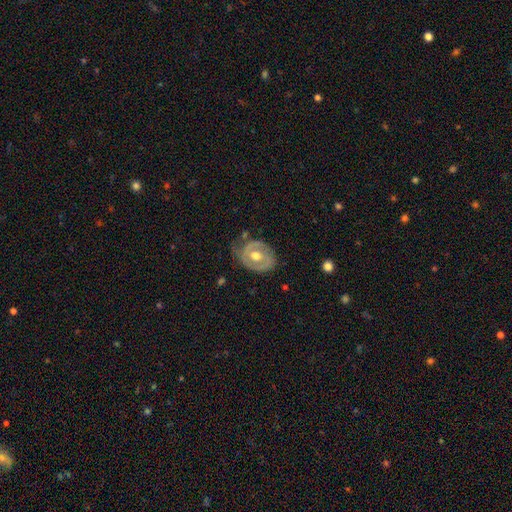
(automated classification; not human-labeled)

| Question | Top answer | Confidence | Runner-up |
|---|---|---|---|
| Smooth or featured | featured or disk | 66% | smooth (28%) |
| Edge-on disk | no | 95% | yes (5%) |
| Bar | no | 64% | weak (27%) |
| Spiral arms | no | 50% | tied: yes (50%) |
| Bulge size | moderate | 77% | large (13%) |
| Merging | none | 63% | minor disturbance (26%) |